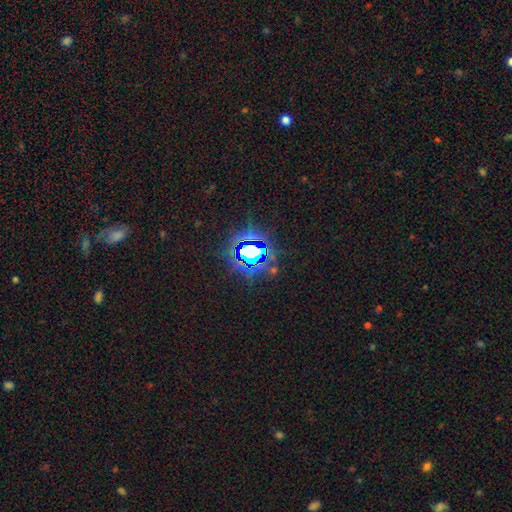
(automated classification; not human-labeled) Smooth or featured? star or artifact (78%)